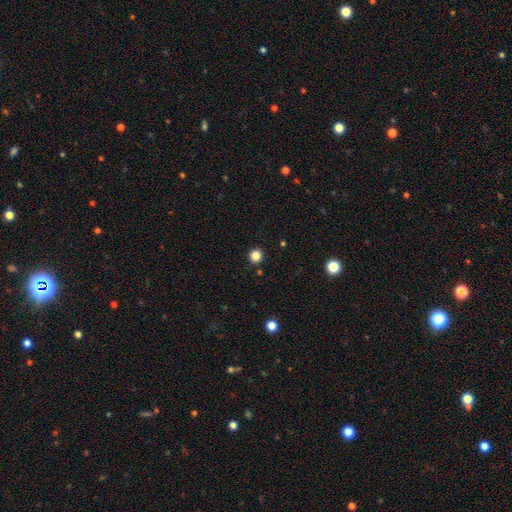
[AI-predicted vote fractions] A smooth galaxy with no disk features (84%) that is round (93%). Merging: none (91%).